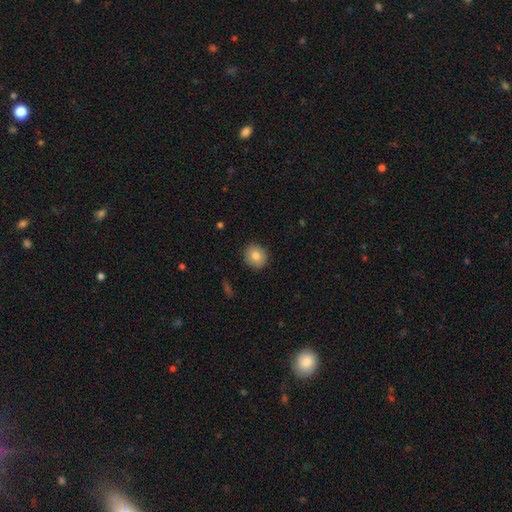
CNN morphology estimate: A smooth galaxy with no disk features (81%) that is round (78%). Merging: none (90%).